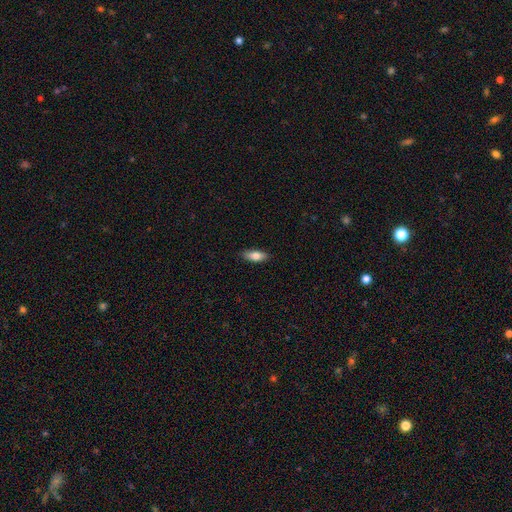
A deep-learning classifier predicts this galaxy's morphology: This appears to be a smooth galaxy with no disk features (81%) that is in between round and cigar-shaped (75%). Merging: none (87%).